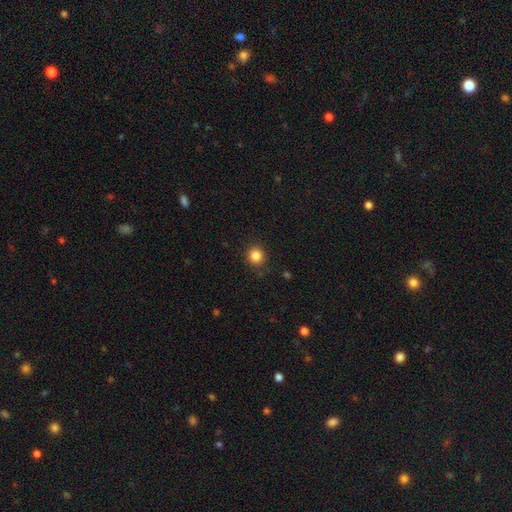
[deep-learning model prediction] The model was most divided on "smooth or featured": smooth: 85%, star or artifact: 11%, featured or disk: 4%. More confident: how rounded — round (91%); merging — none (87%).